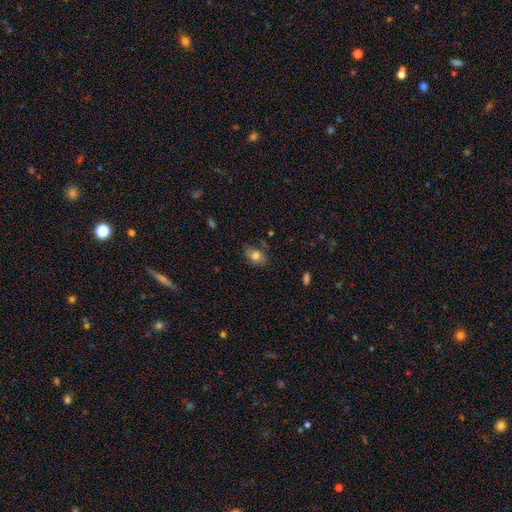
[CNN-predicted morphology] smooth-or-featured: smooth: 78% | featured or disk: 13% | star or artifact: 9%
  how-rounded: in between: 79% | round: 19% | cigar-shaped: 2%
  merging: none: 74% | minor disturbance: 20% | major disturbance: 4% | merger: 2%